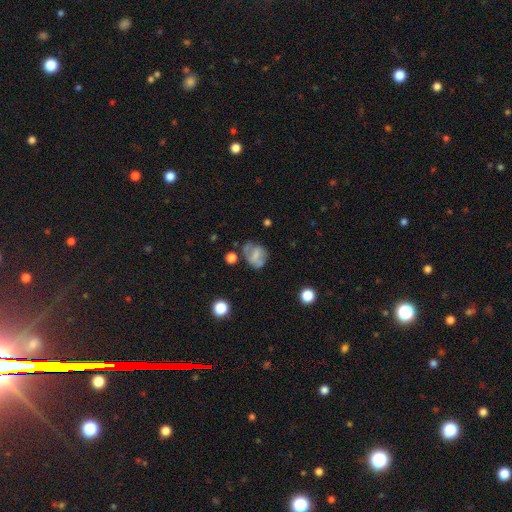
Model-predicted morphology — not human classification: This is possibly a smooth galaxy (48%). Merging: possibly none (48%).